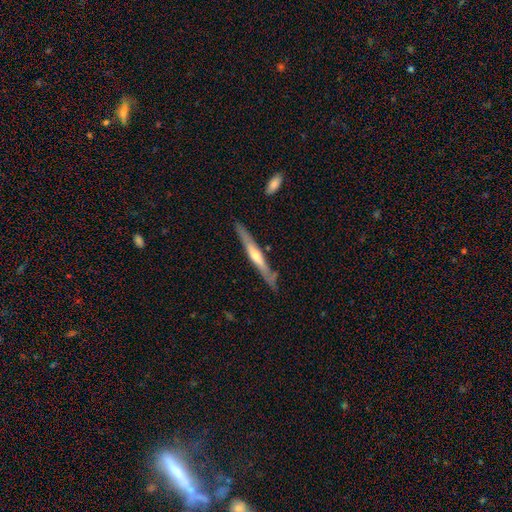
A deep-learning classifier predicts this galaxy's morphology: Q: Smooth or featured?
A: featured or disk (65%); runner-up: smooth (29%)
Q: Edge-on disk?
A: yes (93%); runner-up: no (7%)
Q: Edge-on bulge?
A: rounded (68%); runner-up: none (26%)
Q: Merging?
A: none (83%); runner-up: minor disturbance (12%)